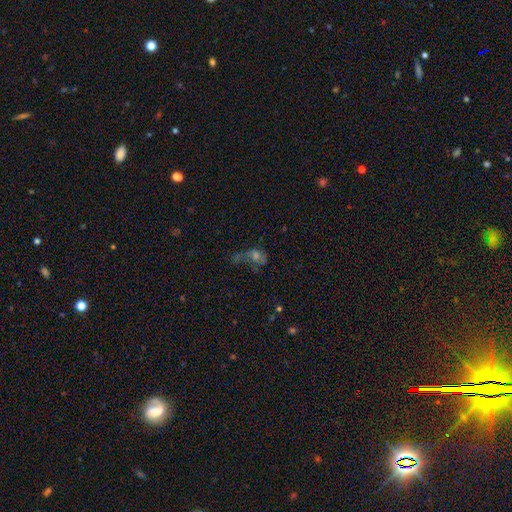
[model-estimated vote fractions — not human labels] This is marginally a smooth galaxy (42%). Merging: marginally major disturbance (40%).